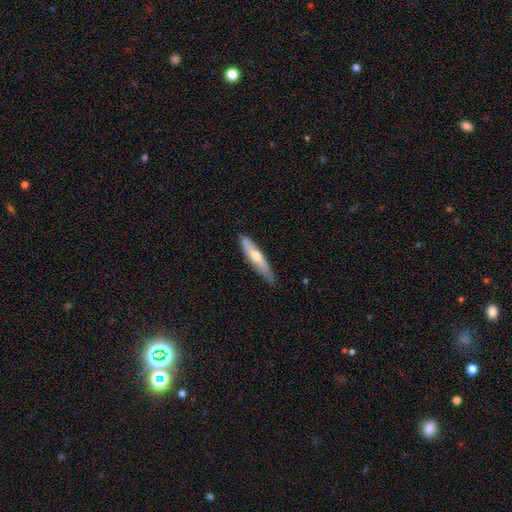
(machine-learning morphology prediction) Smooth or featured? smooth (51%)
How rounded? cigar-shaped (82%)
Merging? none (73%)